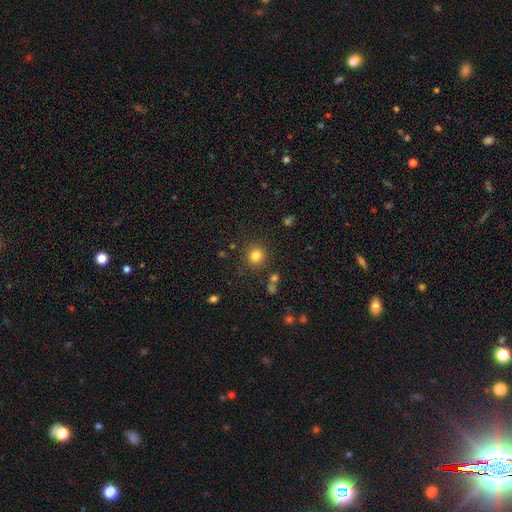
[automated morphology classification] type=smooth (81%); roundness=round (92%); merging=none (86%).